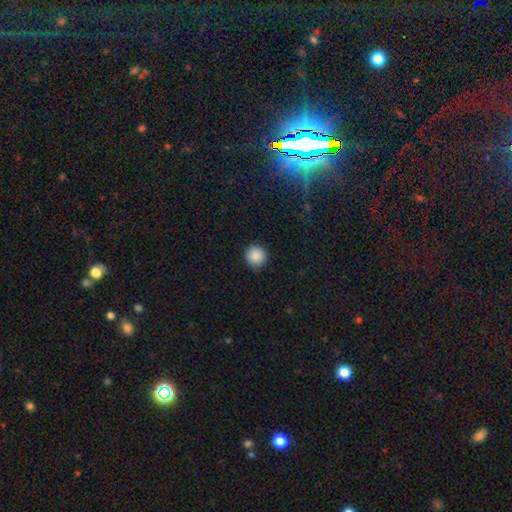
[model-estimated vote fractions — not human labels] Smooth or featured?
  - smooth: 88% *
  - star or artifact: 9%
  - featured or disk: 3%
How rounded?
  - round: 95% *
  - in between: 4%
  - cigar-shaped: 1%
Merging?
  - none: 89% *
  - minor disturbance: 8%
  - major disturbance: 2%
  - merger: 1%